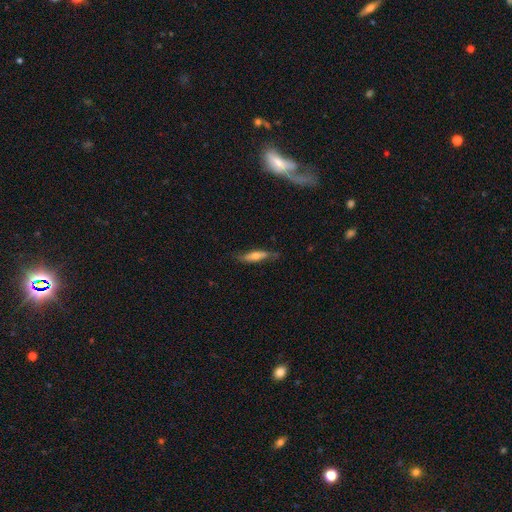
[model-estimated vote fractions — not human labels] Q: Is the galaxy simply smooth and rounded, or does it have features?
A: smooth — 53%.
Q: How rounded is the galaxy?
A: cigar-shaped — 73%.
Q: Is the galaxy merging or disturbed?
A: none — 72%.